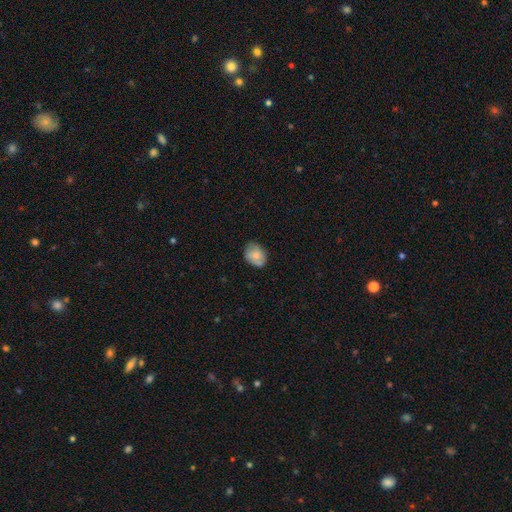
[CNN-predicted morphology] smooth-or-featured: smooth: 72% | featured or disk: 20% | star or artifact: 8%
  how-rounded: in between: 62% | round: 37% | cigar-shaped: 1%
  merging: none: 66% | minor disturbance: 25% | major disturbance: 6% | merger: 3%